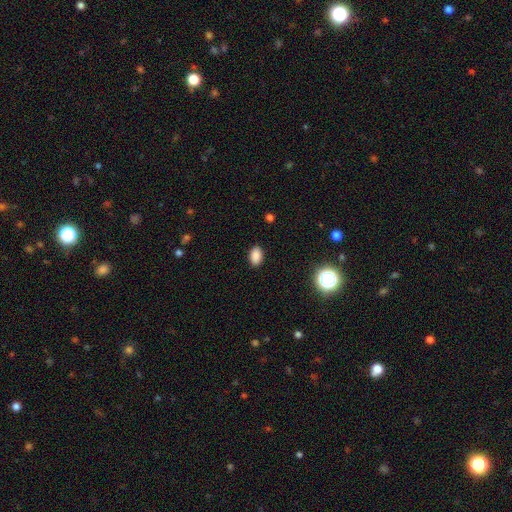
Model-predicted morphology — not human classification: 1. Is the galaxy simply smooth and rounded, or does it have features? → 86% smooth, 10% star or artifact, 4% featured or disk.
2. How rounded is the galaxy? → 88% in between, 10% round, 1% cigar-shaped.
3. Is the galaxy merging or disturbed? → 88% none, 9% minor disturbance, 2% major disturbance, 1% merger.